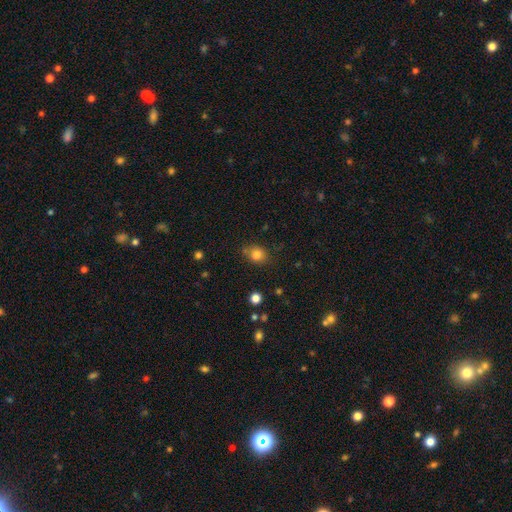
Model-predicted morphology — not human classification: smooth_or_featured: smooth (p=0.81) [alt: star or artifact p=0.12]
how_rounded: round (p=0.60) [alt: in between p=0.39]
merging: none (p=0.76) [alt: minor disturbance p=0.15]